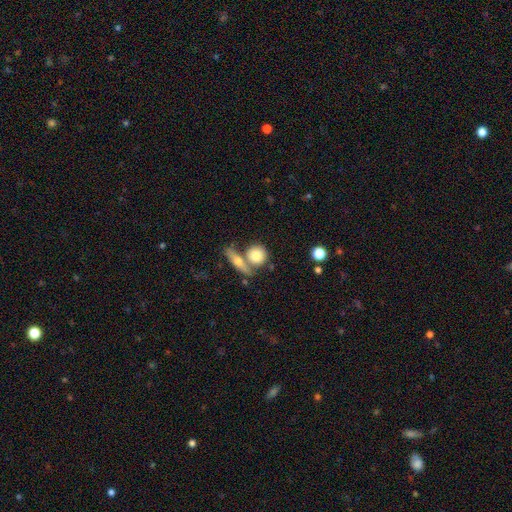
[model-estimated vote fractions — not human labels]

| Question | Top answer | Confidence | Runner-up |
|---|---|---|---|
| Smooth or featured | smooth | 77% | featured or disk (16%) |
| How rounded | round | 75% | in between (20%) |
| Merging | none | 54% | merger (32%) |